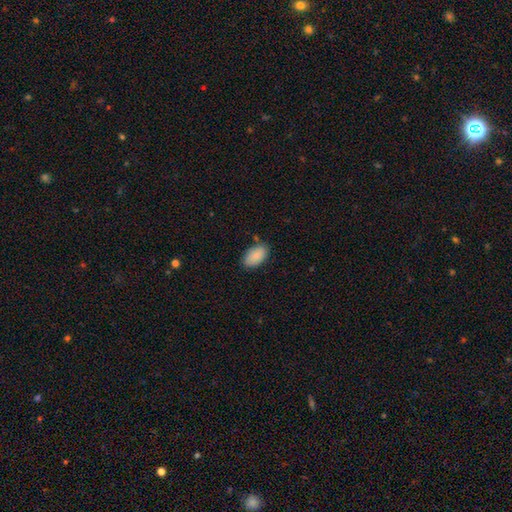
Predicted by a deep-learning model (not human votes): A smooth galaxy with no disk features (88%) that is in between round and cigar-shaped (94%).

Vote fractions:
- Smooth or featured? smooth: 88% / star or artifact: 7% / featured or disk: 5%
- How rounded? in between: 94% / round: 4% / cigar-shaped: 2%
- Merging? none: 79% / minor disturbance: 15% / major disturbance: 3% / merger: 3%